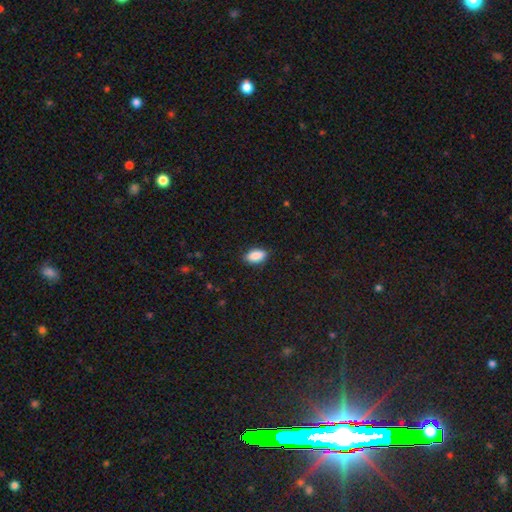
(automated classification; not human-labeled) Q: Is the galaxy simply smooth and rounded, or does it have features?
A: smooth — 89%.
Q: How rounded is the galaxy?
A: in between — 91%.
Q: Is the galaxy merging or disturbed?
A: none — 87%.